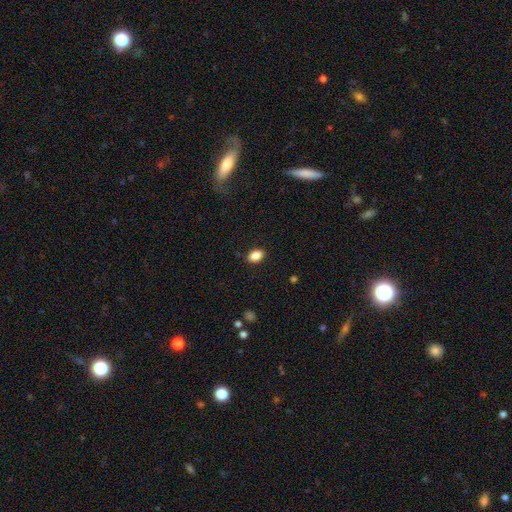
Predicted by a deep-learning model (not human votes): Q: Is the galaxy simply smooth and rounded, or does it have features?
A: smooth — 87%.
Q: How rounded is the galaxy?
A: in between — 84%.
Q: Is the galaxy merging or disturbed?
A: none — 88%.